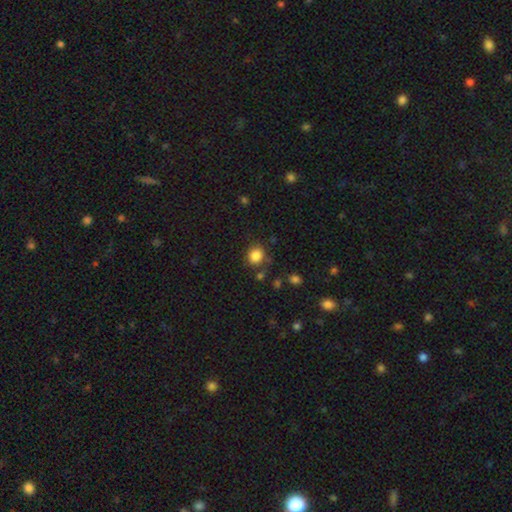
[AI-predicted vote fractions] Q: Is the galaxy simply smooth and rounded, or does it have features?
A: smooth — 85%.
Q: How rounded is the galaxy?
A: round — 77%.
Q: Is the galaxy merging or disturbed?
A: none — 76%.